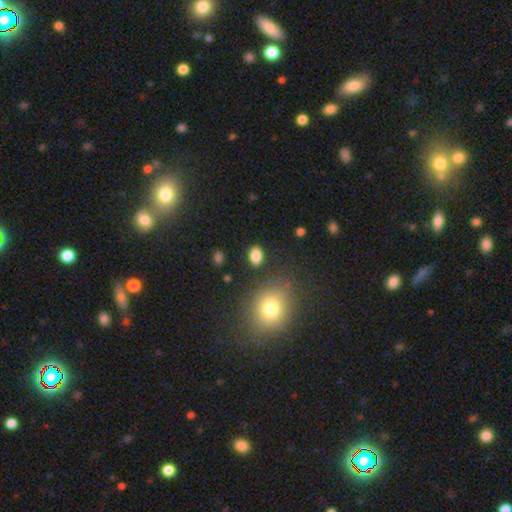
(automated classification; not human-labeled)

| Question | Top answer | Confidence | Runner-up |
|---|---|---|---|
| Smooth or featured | smooth | 85% | star or artifact (11%) |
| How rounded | in between | 81% | round (17%) |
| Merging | none | 85% | minor disturbance (10%) |